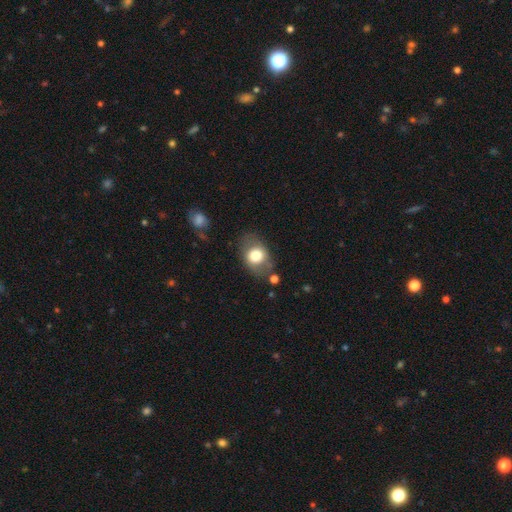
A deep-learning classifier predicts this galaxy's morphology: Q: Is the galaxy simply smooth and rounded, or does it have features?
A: smooth — 71%.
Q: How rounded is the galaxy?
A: in between — 67%.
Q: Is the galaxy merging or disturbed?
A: none — 69%.